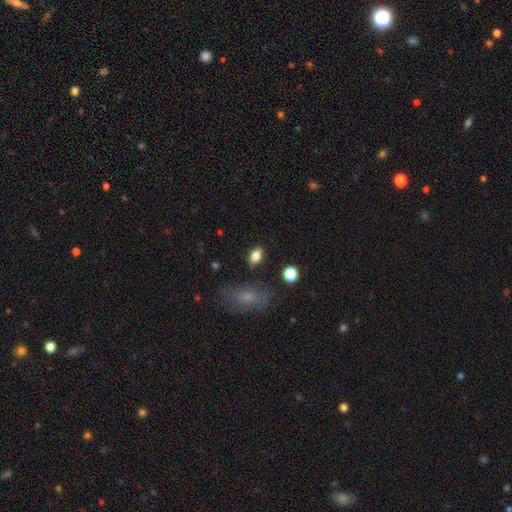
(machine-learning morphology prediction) smooth_or_featured: smooth (p=0.80) [alt: featured or disk p=0.10]
how_rounded: in between (p=0.84) [alt: round p=0.12]
merging: none (p=0.84) [alt: minor disturbance p=0.10]